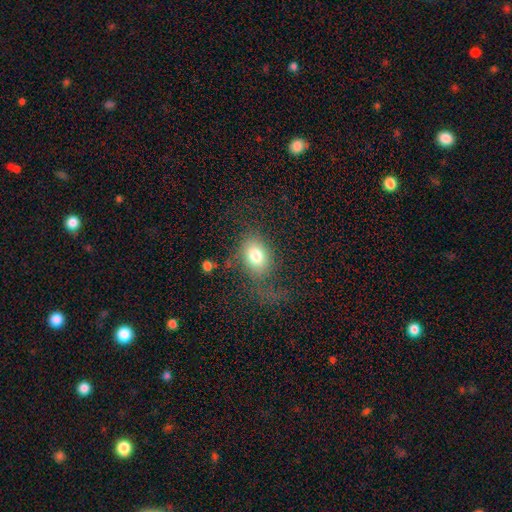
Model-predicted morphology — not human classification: This appears to be a smooth galaxy with no disk features (74%) that is in between round and cigar-shaped (68%). Merging: none (46%).